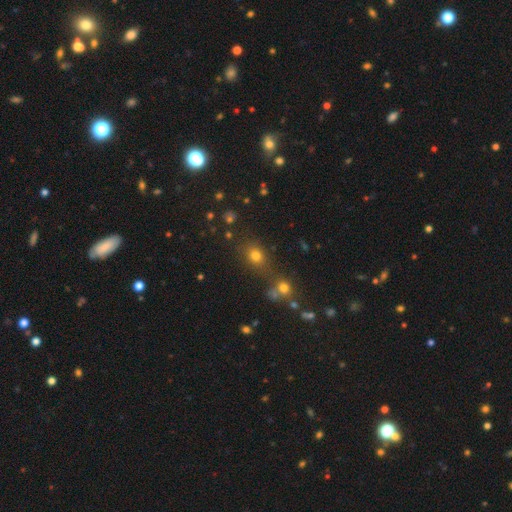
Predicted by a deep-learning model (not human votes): Overall: smooth (73%). How rounded: round (57%; in between 41%). Merging: none (64%).